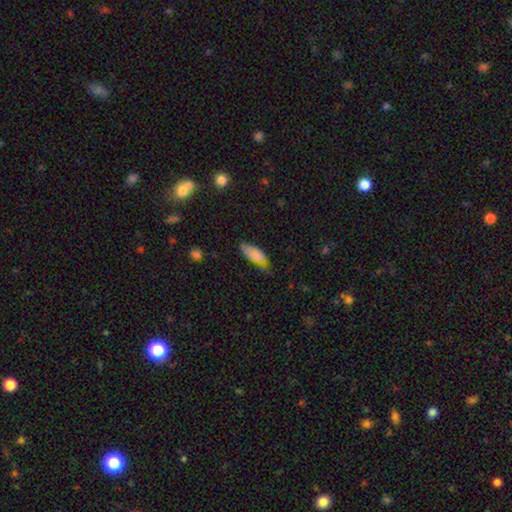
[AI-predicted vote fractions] Overall: smooth (80%). How rounded: in between (82%). Merging: none (49%; minor disturbance 37%).